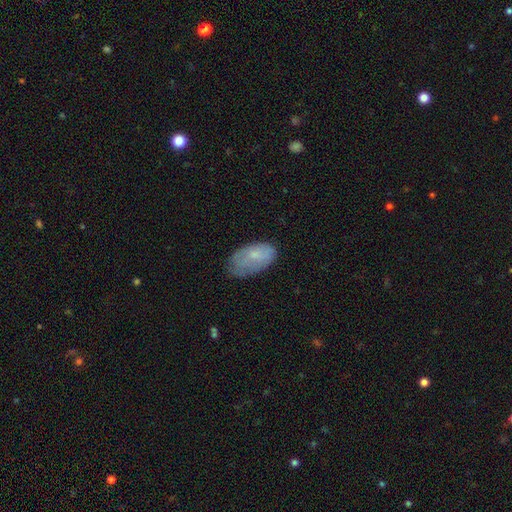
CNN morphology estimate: A smooth galaxy with no disk features (70%) that is in between round and cigar-shaped (94%). Merging: none (58%).